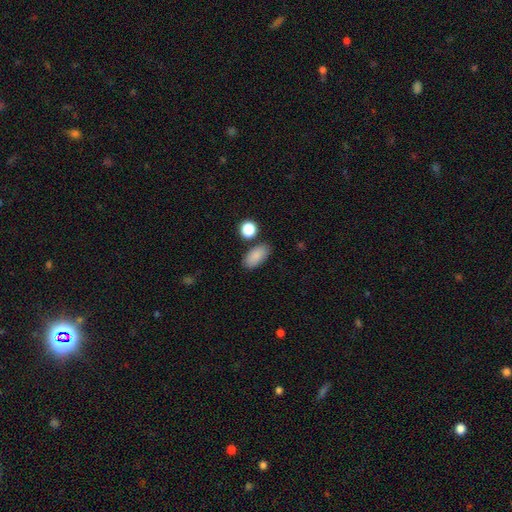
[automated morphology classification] The model was most divided on "merging": none: 79%, minor disturbance: 12%, merger: 5%, major disturbance: 3%. More confident: how rounded — in between (90%); smooth or featured — smooth (87%).